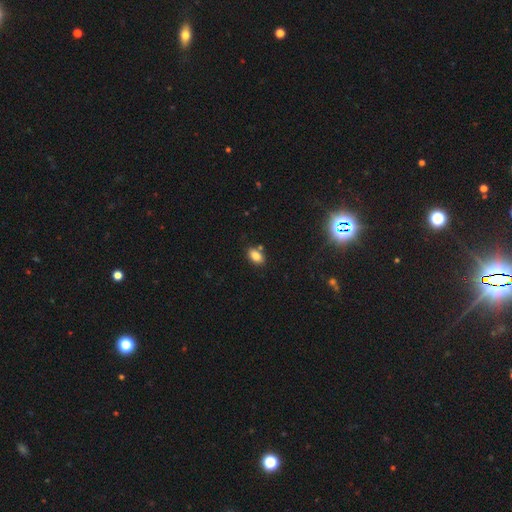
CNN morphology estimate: Smooth or featured? Predicted: smooth (p=0.84). How rounded? Predicted: in between (p=0.90). Merging? Predicted: none (p=0.78).